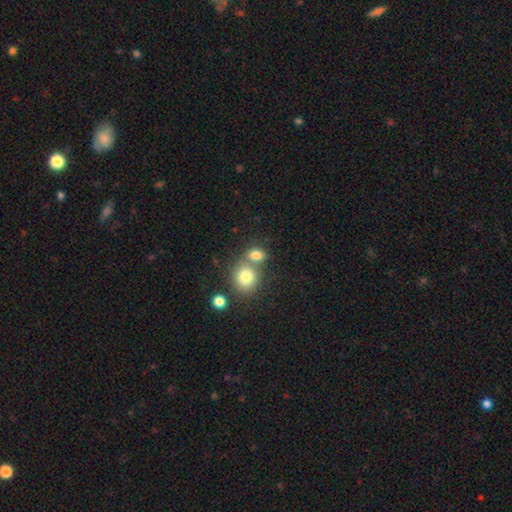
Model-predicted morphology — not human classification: Overall: smooth (79%). How rounded: round (54%; in between 44%). Merging: none (45%; merger 42%).